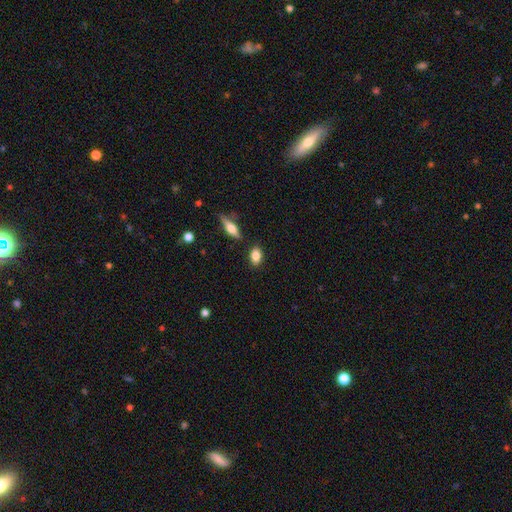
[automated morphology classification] Smooth or featured?
  - smooth: 85% *
  - featured or disk: 8%
  - star or artifact: 7%
How rounded?
  - in between: 81% *
  - round: 14%
  - cigar-shaped: 5%
Merging?
  - none: 83% *
  - minor disturbance: 11%
  - merger: 4%
  - major disturbance: 3%